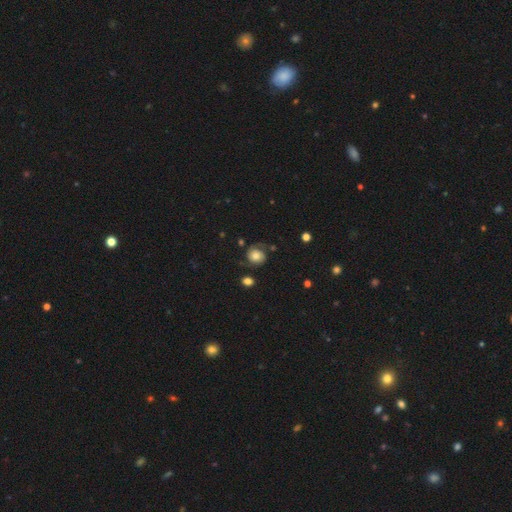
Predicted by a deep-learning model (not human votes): This appears to be a featured or disk galaxy (53%) with no bar (78%), spiral arms (87%) and a moderate central bulge (54%). Merging: none (66%).